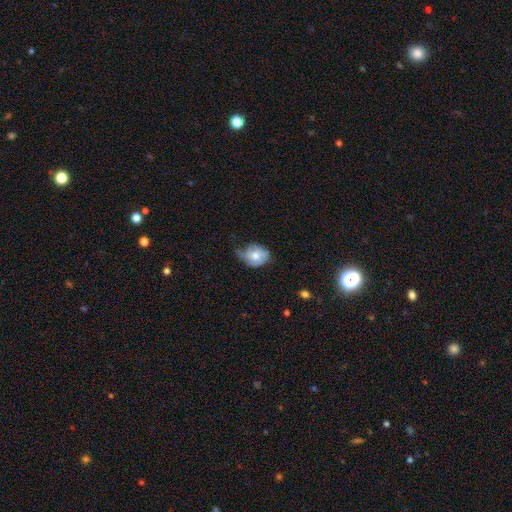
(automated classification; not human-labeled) smooth_or_featured: smooth (p=0.57) [alt: featured or disk p=0.36]
how_rounded: in between (p=0.52) [alt: round p=0.47]
merging: minor disturbance (p=0.42) [alt: none p=0.34]